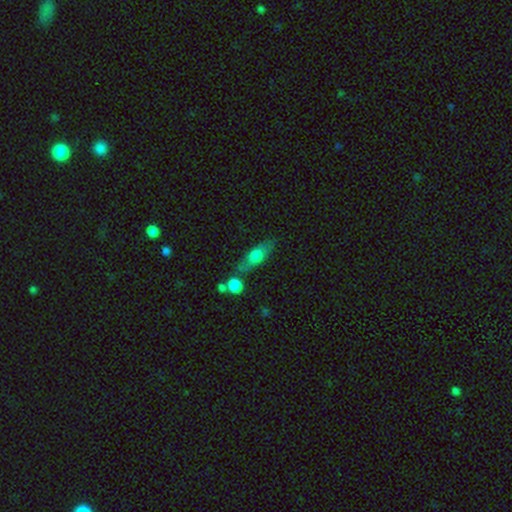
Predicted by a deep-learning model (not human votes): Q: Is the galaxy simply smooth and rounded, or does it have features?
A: smooth — 59%.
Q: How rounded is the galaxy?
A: in between — 52%.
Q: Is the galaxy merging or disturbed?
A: none — 68%.